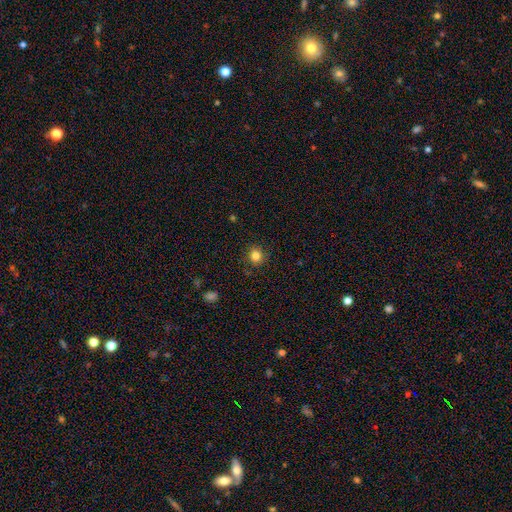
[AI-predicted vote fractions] smooth-or-featured: smooth: 83% | star or artifact: 12% | featured or disk: 5%
  how-rounded: round: 88% | in between: 12% | cigar-shaped: 1%
  merging: none: 88% | minor disturbance: 8% | major disturbance: 2% | merger: 1%